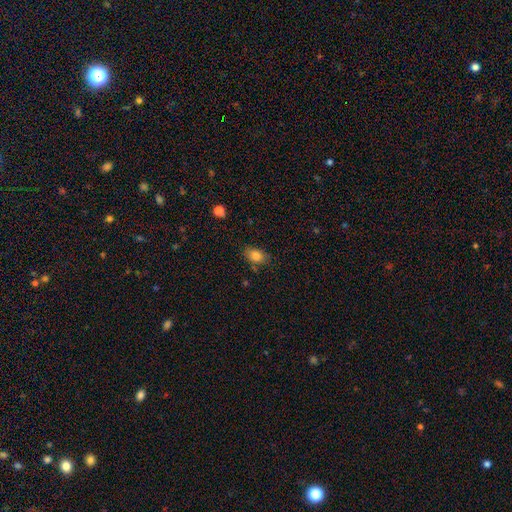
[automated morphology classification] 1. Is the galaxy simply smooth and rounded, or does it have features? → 83% smooth, 10% star or artifact, 7% featured or disk.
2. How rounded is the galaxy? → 81% in between, 17% round, 2% cigar-shaped.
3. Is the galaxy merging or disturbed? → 73% none, 19% minor disturbance, 4% major disturbance, 3% merger.